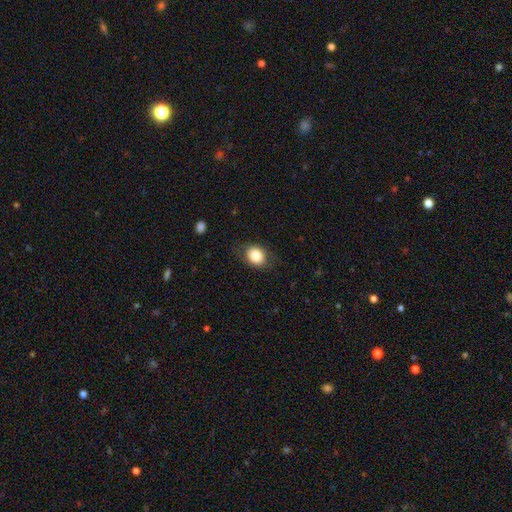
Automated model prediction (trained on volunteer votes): smooth-or-featured: smooth: 84% | star or artifact: 9% | featured or disk: 8%
  how-rounded: round: 55% | in between: 45% | cigar-shaped: 1%
  merging: none: 80% | minor disturbance: 15% | major disturbance: 5% | merger: 1%